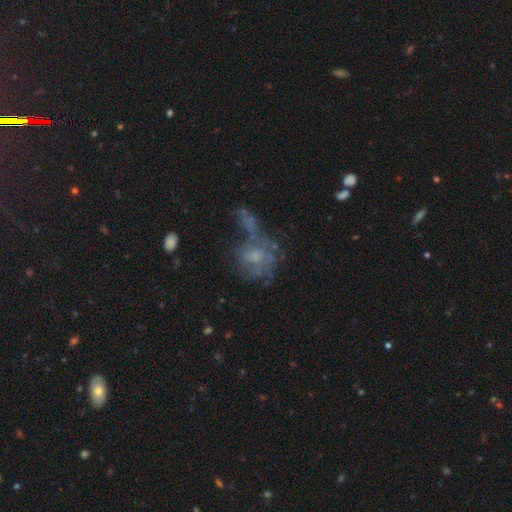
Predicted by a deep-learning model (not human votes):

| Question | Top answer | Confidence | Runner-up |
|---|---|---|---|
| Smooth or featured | featured or disk | 46% | smooth (40%) |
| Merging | none | 33% | major disturbance (26%) |